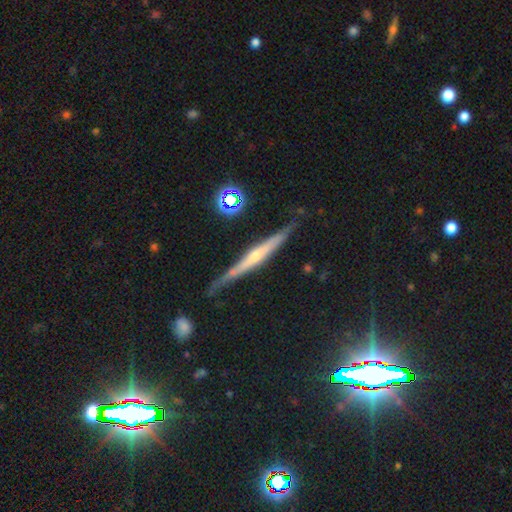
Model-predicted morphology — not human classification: Smooth or featured?
  - featured or disk: 72% *
  - smooth: 20%
  - star or artifact: 8%
Edge-on disk?
  - yes: 96% *
  - no: 4%
Edge-on bulge?
  - rounded: 67% *
  - none: 24%
  - boxy: 9%
Merging?
  - none: 77% *
  - minor disturbance: 17%
  - major disturbance: 3%
  - merger: 3%